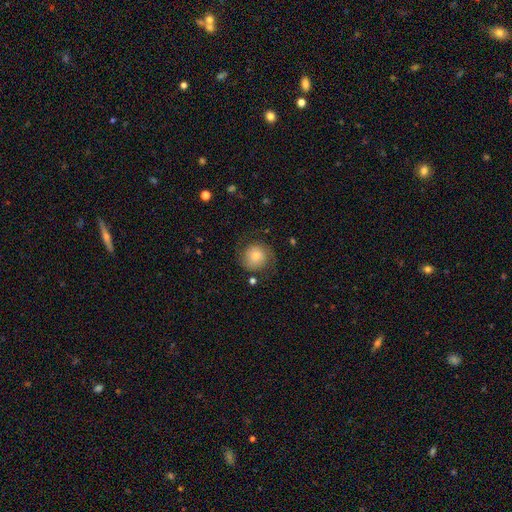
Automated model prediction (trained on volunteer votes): A smooth galaxy with no disk features (51%) that is round (90%).

Vote fractions:
- Smooth or featured? smooth: 51% / featured or disk: 40% / star or artifact: 9%
- How rounded? round: 90% / in between: 9% / cigar-shaped: 1%
- Merging? none: 73% / minor disturbance: 16% / major disturbance: 10% / merger: 2%